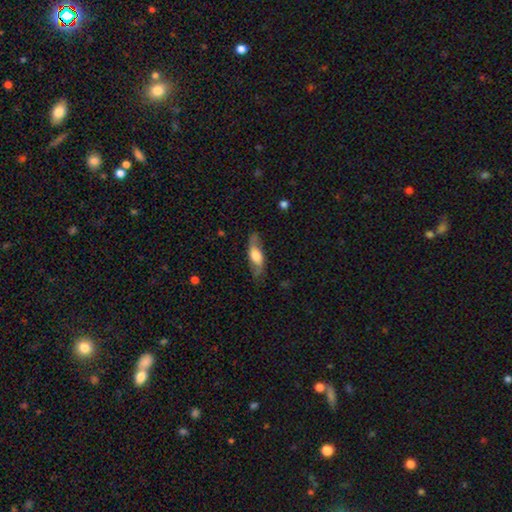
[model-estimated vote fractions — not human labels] This is possibly a featured or disk galaxy (50%). It is likely not viewed edge-on (62%). Merging: likely none (72%).